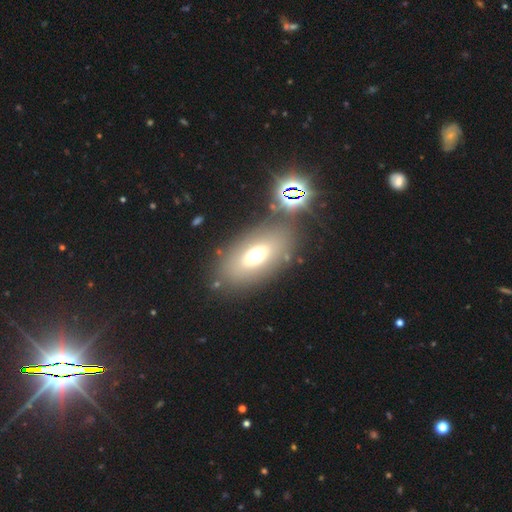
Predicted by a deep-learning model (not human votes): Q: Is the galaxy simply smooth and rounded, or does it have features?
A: smooth — 61%.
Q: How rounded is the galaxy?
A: in between — 83%.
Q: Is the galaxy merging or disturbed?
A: none — 75%.